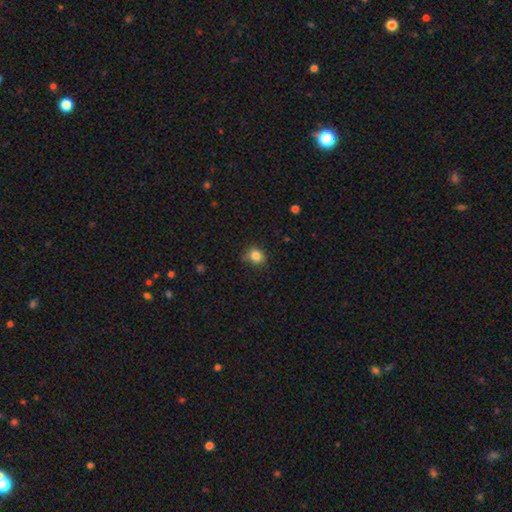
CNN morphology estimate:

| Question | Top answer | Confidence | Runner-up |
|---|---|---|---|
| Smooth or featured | smooth | 84% | star or artifact (11%) |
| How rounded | round | 77% | in between (22%) |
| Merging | none | 75% | minor disturbance (19%) |